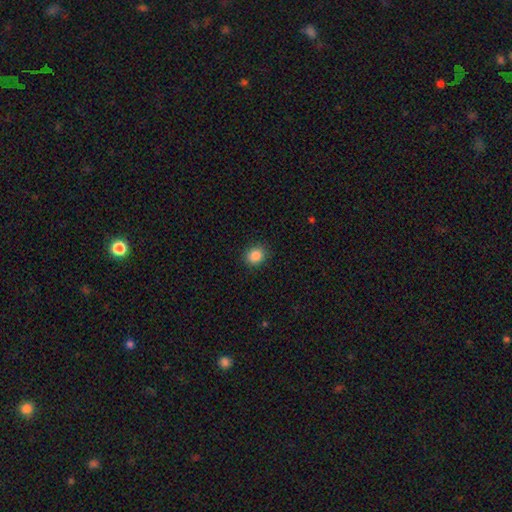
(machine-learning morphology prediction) Smooth or featured: smooth — 86% (star or artifact — 10%)
How rounded: round — 75% (in between — 24%)
Merging: none — 89% (minor disturbance — 8%)